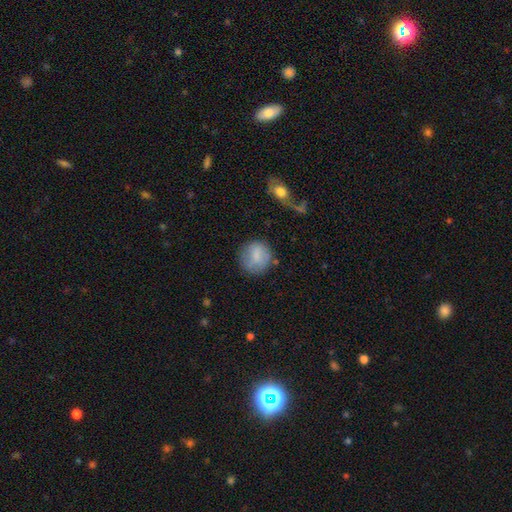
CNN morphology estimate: smooth 76%, featured or disk 16%, star or artifact 8%. Down the decision tree: how rounded — round (89%); merging — none (71%).